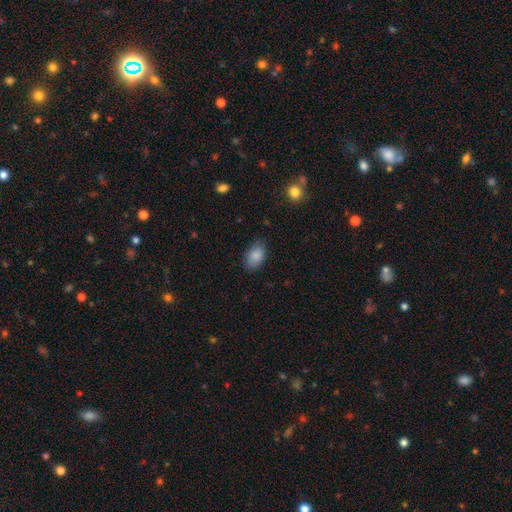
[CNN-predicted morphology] smooth 87%, star or artifact 8%, featured or disk 5%. Down the decision tree: how rounded — in between (89%); merging — none (79%).